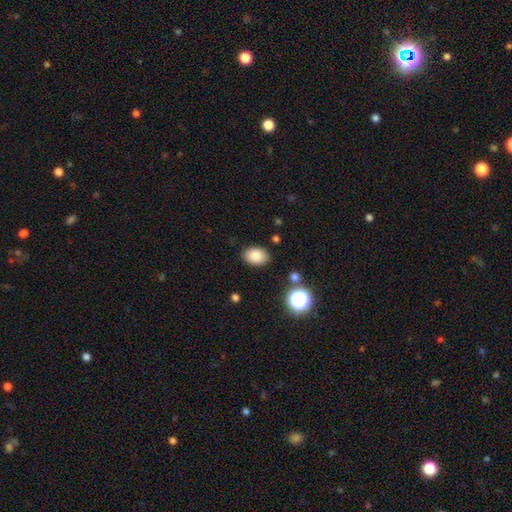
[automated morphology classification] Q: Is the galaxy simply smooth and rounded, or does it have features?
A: smooth — 85%.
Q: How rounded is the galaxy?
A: in between — 78%.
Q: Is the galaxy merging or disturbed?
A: none — 86%.